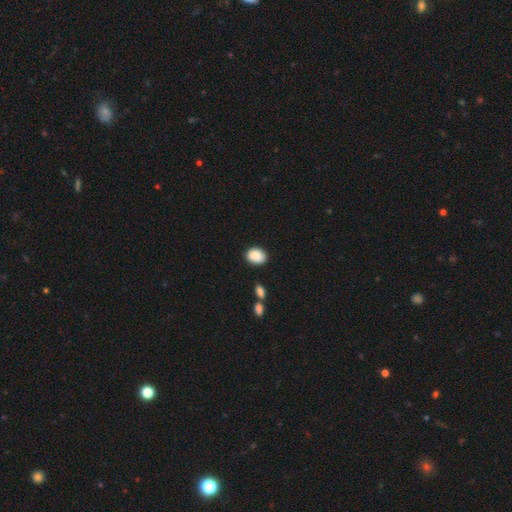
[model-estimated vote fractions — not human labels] Q: Smooth or featured?
A: smooth (89%); runner-up: star or artifact (7%)
Q: How rounded?
A: in between (72%); runner-up: round (27%)
Q: Merging?
A: none (85%); runner-up: minor disturbance (10%)